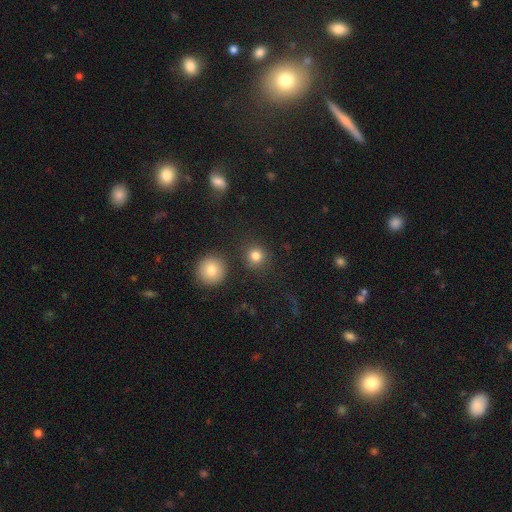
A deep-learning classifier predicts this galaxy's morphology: Smooth or featured?
  - smooth: 81% *
  - star or artifact: 13%
  - featured or disk: 6%
How rounded?
  - round: 91% *
  - in between: 8%
  - cigar-shaped: 1%
Merging?
  - none: 85% *
  - minor disturbance: 7%
  - merger: 5%
  - major disturbance: 4%